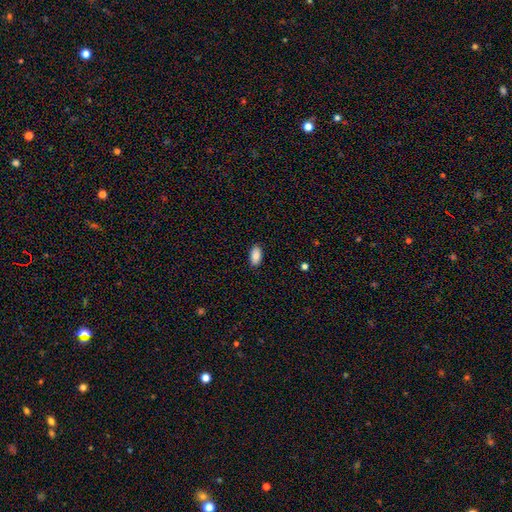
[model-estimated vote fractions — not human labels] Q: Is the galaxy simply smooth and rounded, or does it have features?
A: smooth — 88%.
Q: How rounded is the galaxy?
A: in between — 94%.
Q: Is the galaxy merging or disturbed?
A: none — 89%.